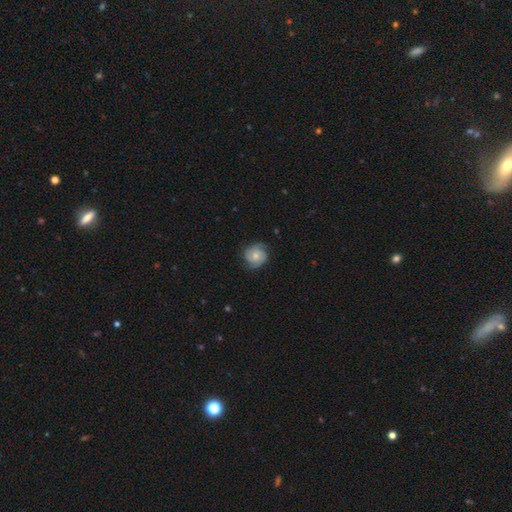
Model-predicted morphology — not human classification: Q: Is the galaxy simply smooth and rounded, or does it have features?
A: featured or disk — 72%.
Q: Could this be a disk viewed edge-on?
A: no — 98%.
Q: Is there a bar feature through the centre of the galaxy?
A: no — 74%.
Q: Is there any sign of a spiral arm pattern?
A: yes — 95%.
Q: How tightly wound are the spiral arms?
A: tight — 53%.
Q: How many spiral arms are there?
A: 2 — 54%.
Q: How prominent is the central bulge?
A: small — 46%, tied with moderate.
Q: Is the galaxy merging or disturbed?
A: none — 76%.